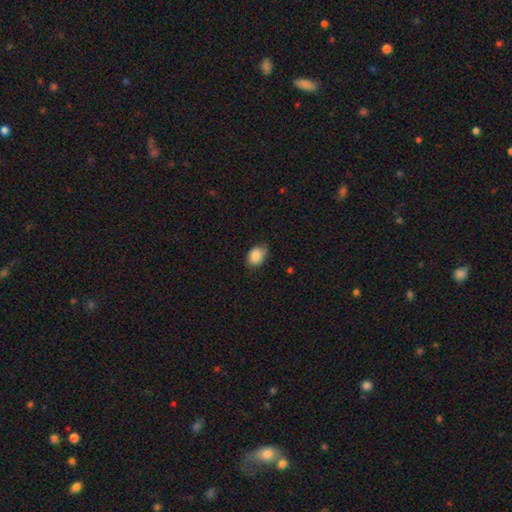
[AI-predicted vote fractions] A smooth galaxy with no disk features (87%) that is in between round and cigar-shaped (71%). Merging: none (66%).